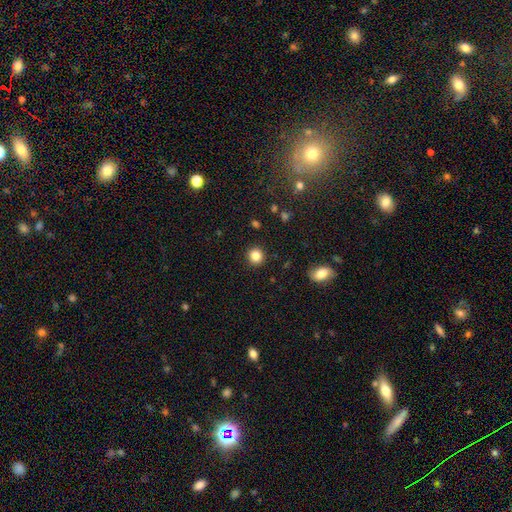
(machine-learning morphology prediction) Smooth or featured? Predicted: smooth (p=0.84). How rounded? Predicted: round (p=0.91). Merging? Predicted: none (p=0.91).